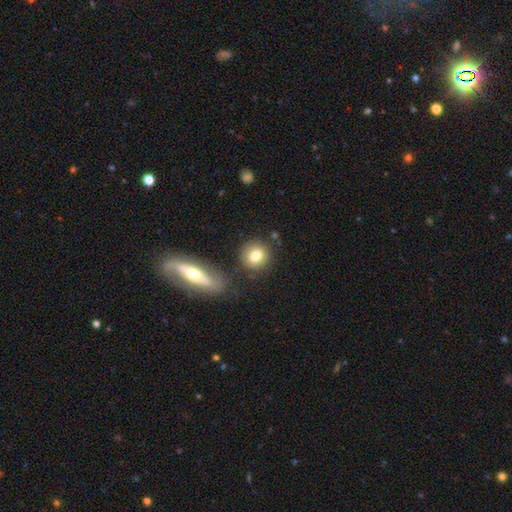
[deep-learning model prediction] A smooth galaxy with no disk features (79%) that is round (83%).

Vote fractions:
- Smooth or featured? smooth: 79% / featured or disk: 13% / star or artifact: 8%
- How rounded? round: 83% / in between: 15% / cigar-shaped: 2%
- Merging? none: 77% / minor disturbance: 10% / merger: 9% / major disturbance: 4%